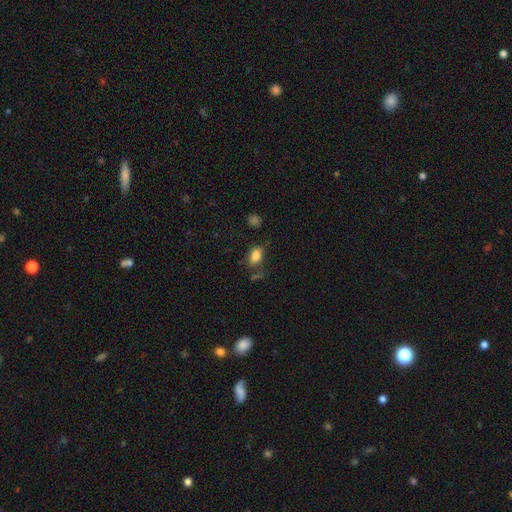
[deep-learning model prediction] Smooth or featured? smooth (83%)
How rounded? in between (85%)
Merging? none (61%)